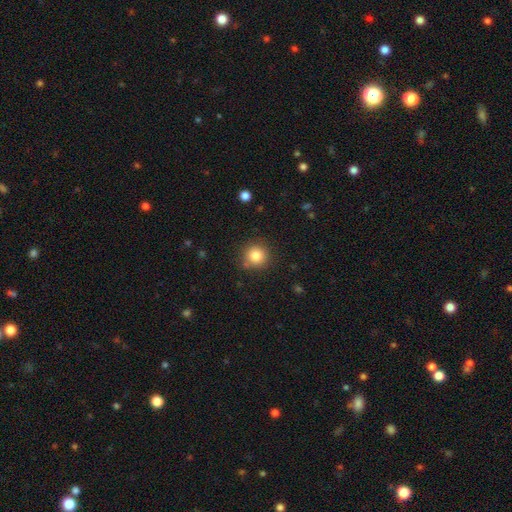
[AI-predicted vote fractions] This appears to be a smooth galaxy with no disk features (83%) that is round (92%). Merging: none (82%).